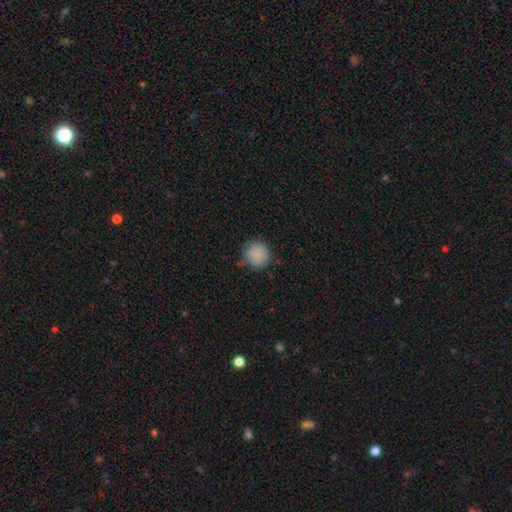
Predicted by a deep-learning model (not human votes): This is clearly a smooth galaxy (87%). How rounded: clearly round (92%). Merging: likely none (77%).